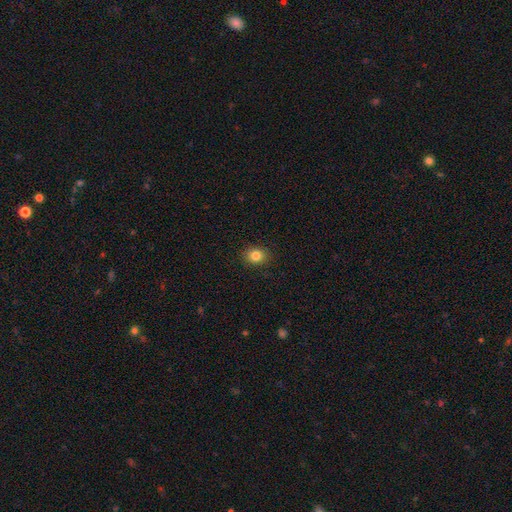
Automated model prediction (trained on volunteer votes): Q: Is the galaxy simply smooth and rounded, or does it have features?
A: smooth — 84%.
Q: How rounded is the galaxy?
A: round — 65%.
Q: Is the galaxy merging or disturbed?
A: none — 90%.